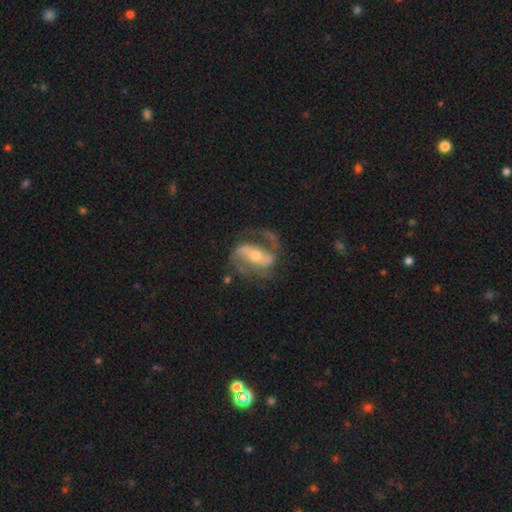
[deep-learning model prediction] smooth_or_featured: featured or disk (p=0.86) [alt: smooth p=0.08]
disk_edge_on: no (p=0.95) [alt: yes p=0.05]
bar: strong (p=0.54) [alt: weak p=0.29]
has_spiral_arms: yes (p=0.94) [alt: no p=0.06]
spiral_winding: medium (p=0.49) [alt: loose p=0.33]
spiral_arm_count: 2 (p=0.85) [alt: 1 p=0.05]
bulge_size: moderate (p=0.52) [alt: small p=0.42]
merging: none (p=0.62) [alt: major disturbance p=0.18]